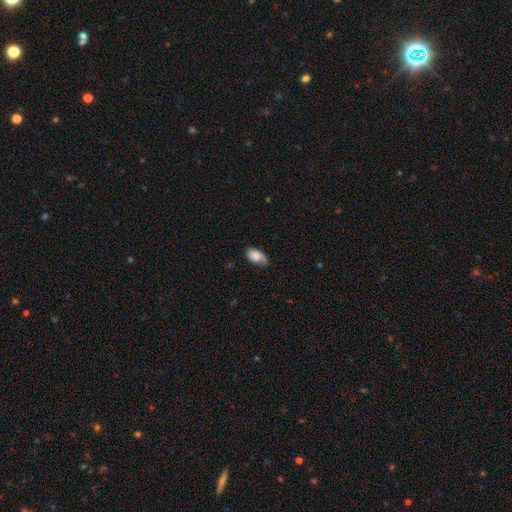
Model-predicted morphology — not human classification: Overall: smooth (79%). How rounded: in between (92%). Merging: none (51%; minor disturbance 37%).